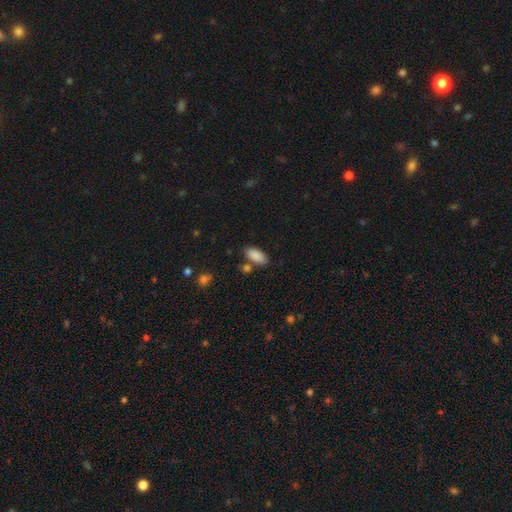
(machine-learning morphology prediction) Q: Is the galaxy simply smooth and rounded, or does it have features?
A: smooth — 88%.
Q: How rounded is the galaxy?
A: in between — 91%.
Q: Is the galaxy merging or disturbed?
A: none — 76%.